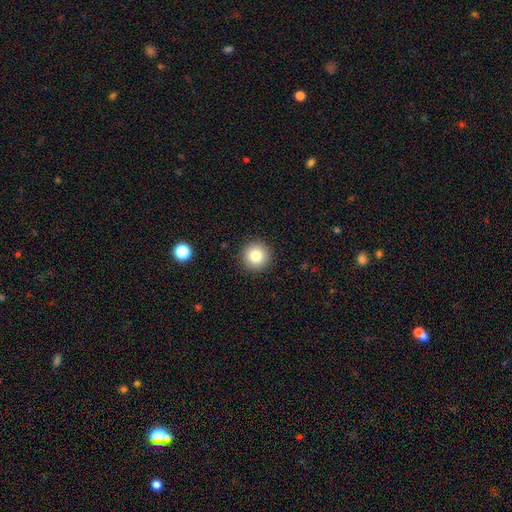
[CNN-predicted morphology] Q: Smooth or featured?
A: smooth (83%); runner-up: star or artifact (10%)
Q: How rounded?
A: round (95%); runner-up: in between (4%)
Q: Merging?
A: none (92%); runner-up: minor disturbance (5%)